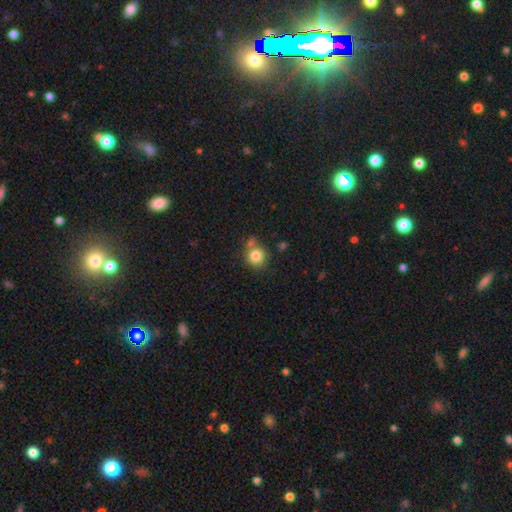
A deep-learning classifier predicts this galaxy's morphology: Smooth or featured? Predicted: smooth (p=0.82). How rounded? Predicted: round (p=0.89). Merging? Predicted: none (p=0.67).